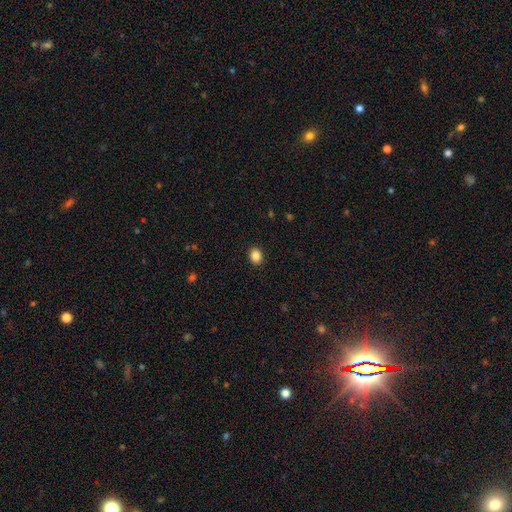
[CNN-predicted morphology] smooth_or_featured: smooth (p=0.87) [alt: star or artifact p=0.10]
how_rounded: in between (p=0.51) [alt: round p=0.48]
merging: none (p=0.91) [alt: minor disturbance p=0.06]